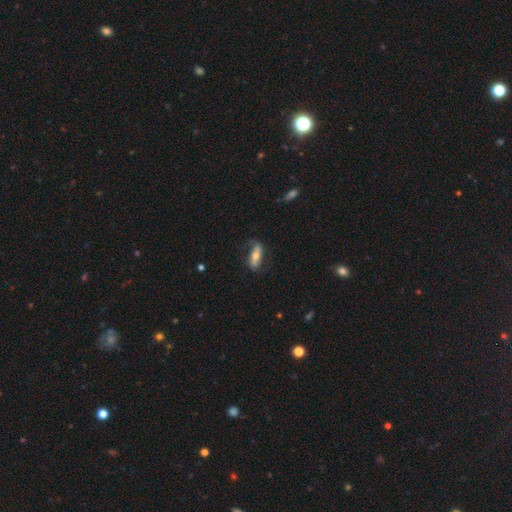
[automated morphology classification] A featured or disk galaxy (56%). Merging: none (66%).